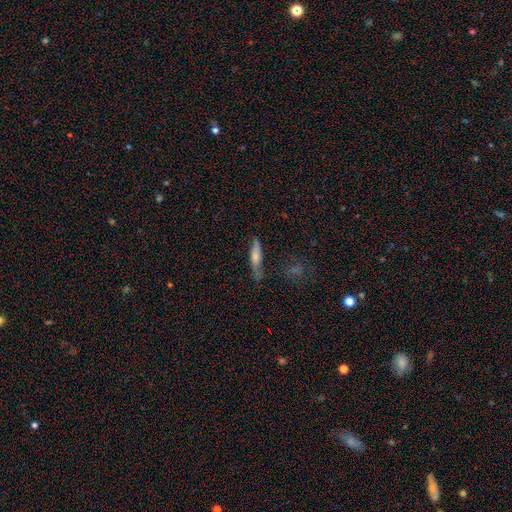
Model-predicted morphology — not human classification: Overall: smooth (62%; featured or disk 30%). How rounded: cigar-shaped (72%). Merging: none (63%; minor disturbance 25%).